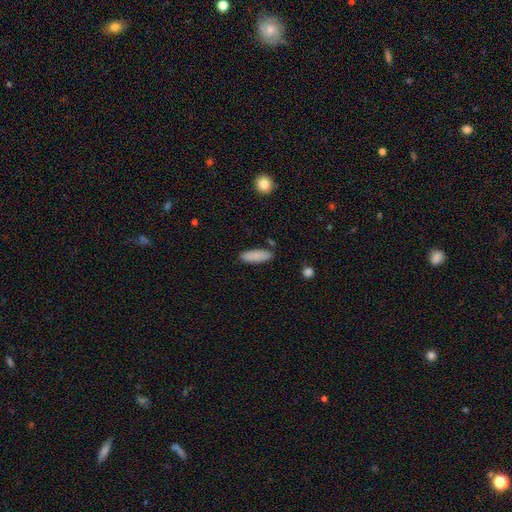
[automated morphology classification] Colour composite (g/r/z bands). It shows a smooth galaxy with no disk features (87%) that is in between round and cigar-shaped (57%). Merging: none (83%).